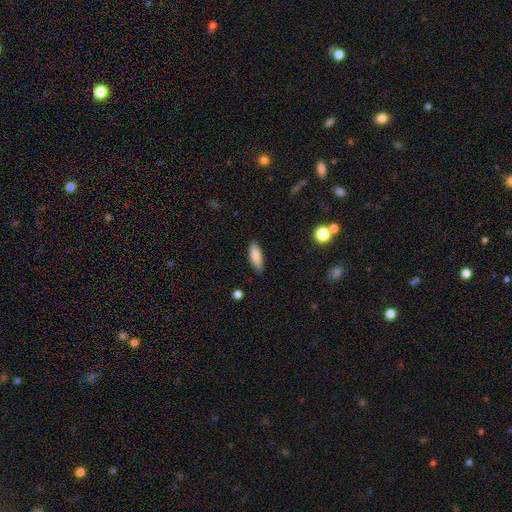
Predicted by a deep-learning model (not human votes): The model was most divided on "how rounded": in between: 63%, cigar-shaped: 35%, round: 2%. More confident: smooth or featured — smooth (84%); merging — none (84%).